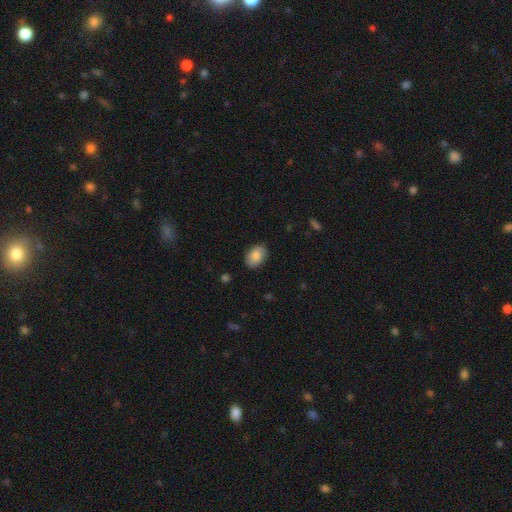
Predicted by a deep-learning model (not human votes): Smooth or featured?
  - smooth: 82% *
  - featured or disk: 11%
  - star or artifact: 7%
How rounded?
  - in between: 80% *
  - round: 19%
  - cigar-shaped: 1%
Merging?
  - none: 85% *
  - minor disturbance: 12%
  - major disturbance: 3%
  - merger: 1%